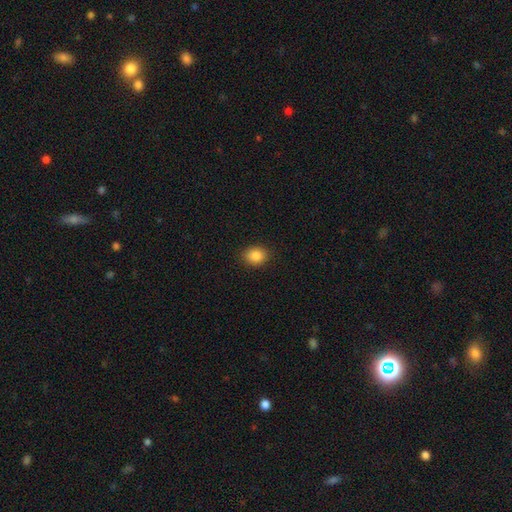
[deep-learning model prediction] This appears to be a smooth galaxy with no disk features (87%) that is round (56%). Merging: none (89%).